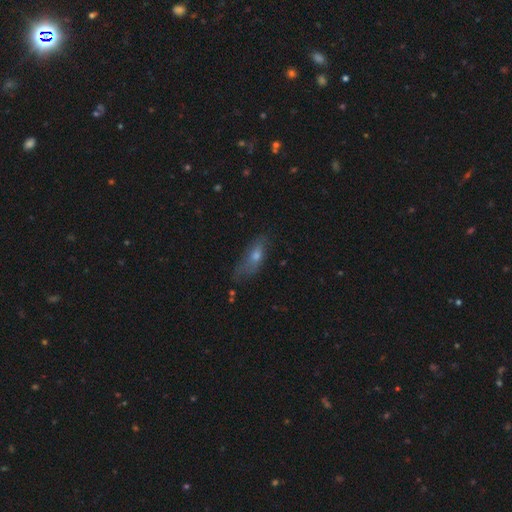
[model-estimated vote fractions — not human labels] smooth 54%, featured or disk 34%, star or artifact 12%. Down the decision tree: how rounded — in between (63%); merging — none (58%).